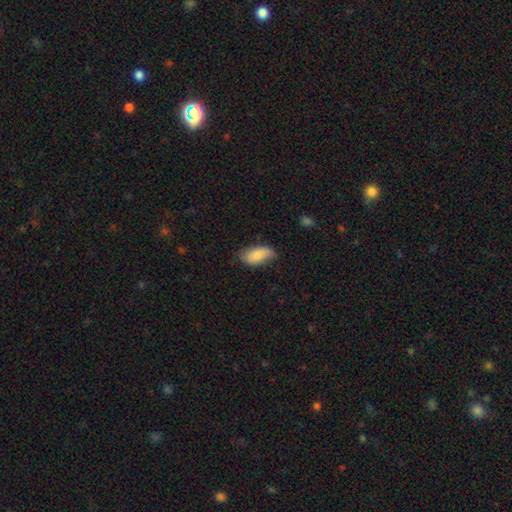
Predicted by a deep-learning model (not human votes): Smooth or featured: smooth — 84% (featured or disk — 9%)
How rounded: in between — 92% (cigar-shaped — 6%)
Merging: none — 67% (minor disturbance — 27%)